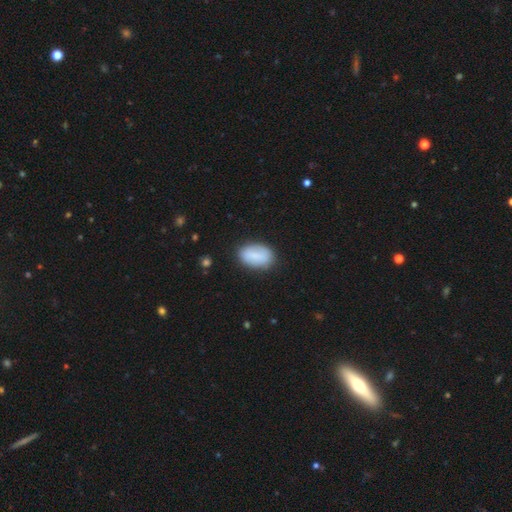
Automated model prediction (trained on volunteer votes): smooth 83%, featured or disk 10%, star or artifact 7%. Down the decision tree: how rounded — in between (89%); merging — none (82%).